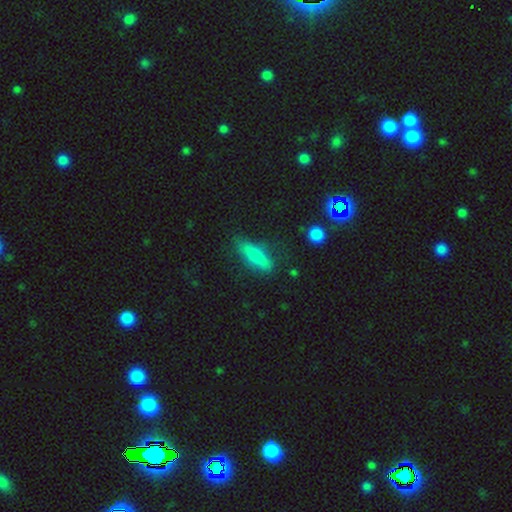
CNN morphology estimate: Smooth or featured? Predicted: smooth (p=0.75). How rounded? Predicted: cigar-shaped (p=0.66). Merging? Predicted: none (p=0.76).